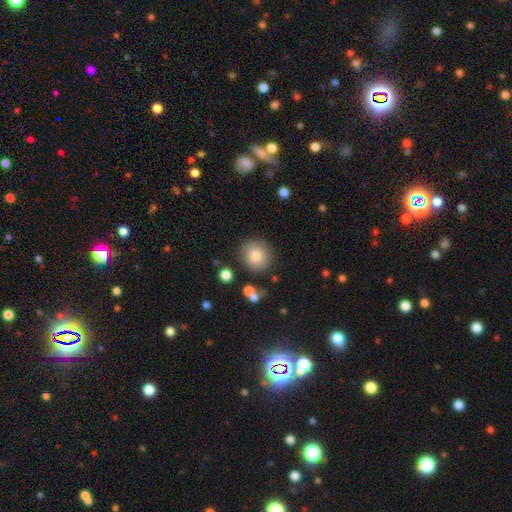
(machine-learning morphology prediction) Q: Smooth or featured?
A: smooth (84%); runner-up: star or artifact (8%)
Q: How rounded?
A: round (86%); runner-up: in between (13%)
Q: Merging?
A: none (82%); runner-up: minor disturbance (11%)